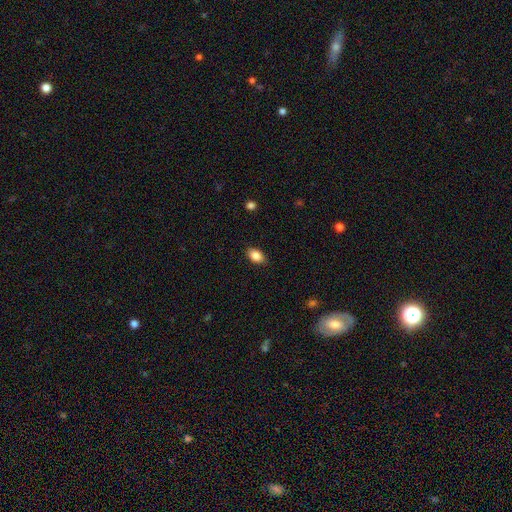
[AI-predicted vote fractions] smooth 86%, star or artifact 8%, featured or disk 6%. Down the decision tree: how rounded — in between (88%); merging — none (87%).